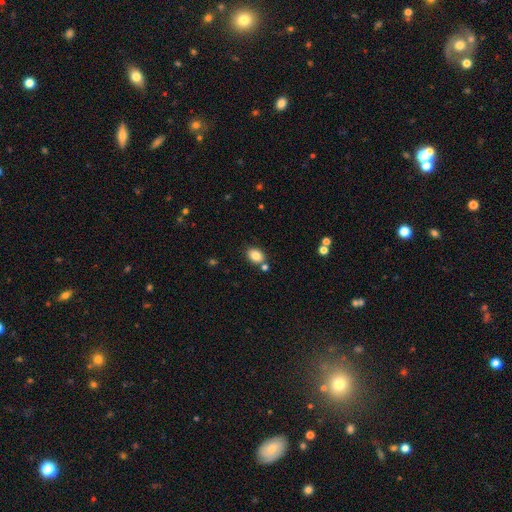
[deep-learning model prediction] The model was most divided on "how rounded": in between: 72%, round: 27%, cigar-shaped: 1%. More confident: smooth or featured — smooth (83%); merging — none (74%).